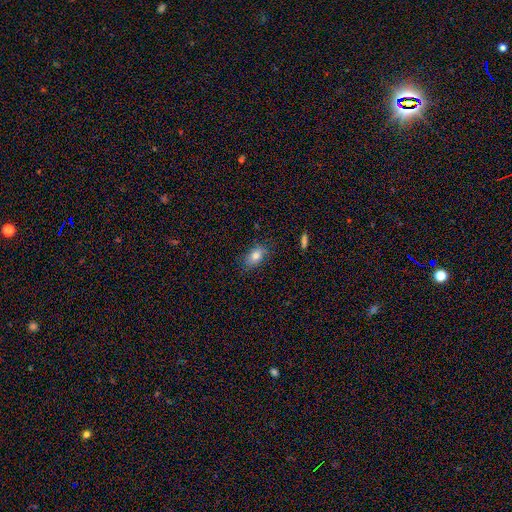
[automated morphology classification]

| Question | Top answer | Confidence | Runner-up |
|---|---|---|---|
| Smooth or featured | smooth | 80% | featured or disk (11%) |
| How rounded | in between | 87% | round (10%) |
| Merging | none | 80% | minor disturbance (15%) |